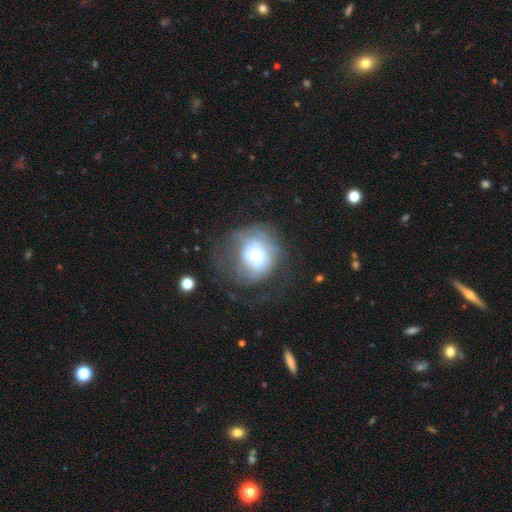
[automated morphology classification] This appears to be a featured or disk galaxy (58%) with no bar (83%), spiral arms (56%) and a small central bulge (47%). Merging: none (45%).